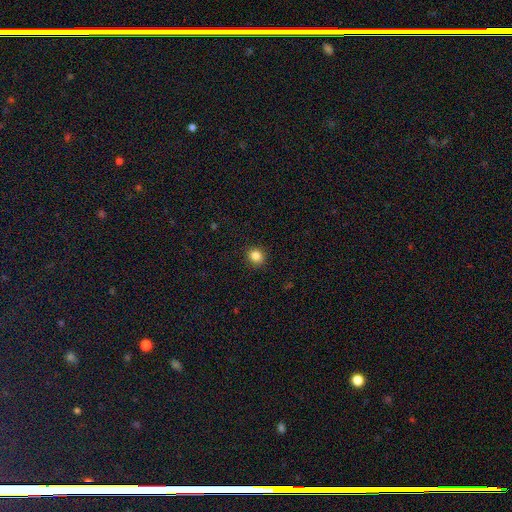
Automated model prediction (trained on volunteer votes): Smooth or featured? Predicted: smooth (p=0.85). How rounded? Predicted: round (p=0.83). Merging? Predicted: none (p=0.91).